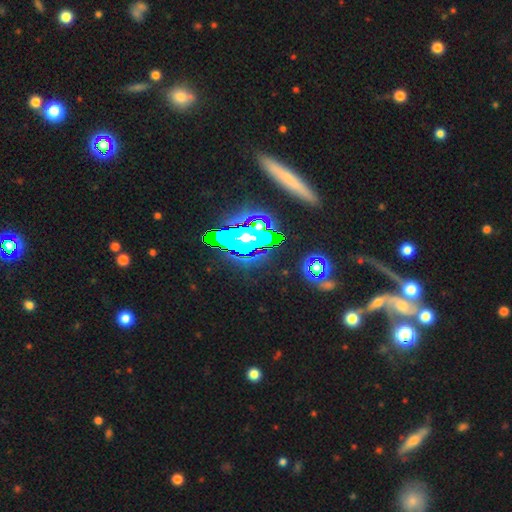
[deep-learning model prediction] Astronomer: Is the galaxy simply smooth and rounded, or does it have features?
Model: star or artifact — 73%.